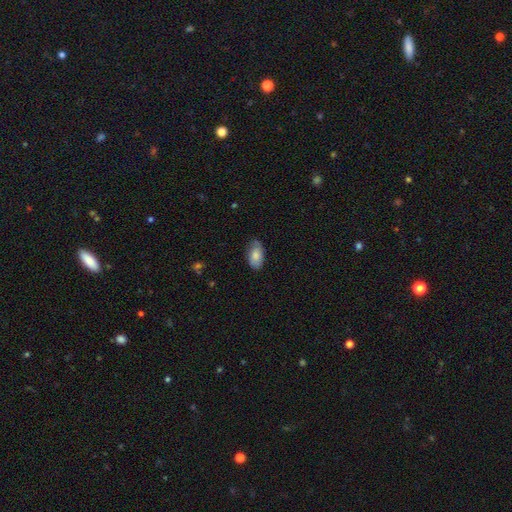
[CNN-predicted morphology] This is likely a smooth galaxy (77%). How rounded: clearly in between (94%). Merging: likely none (72%).